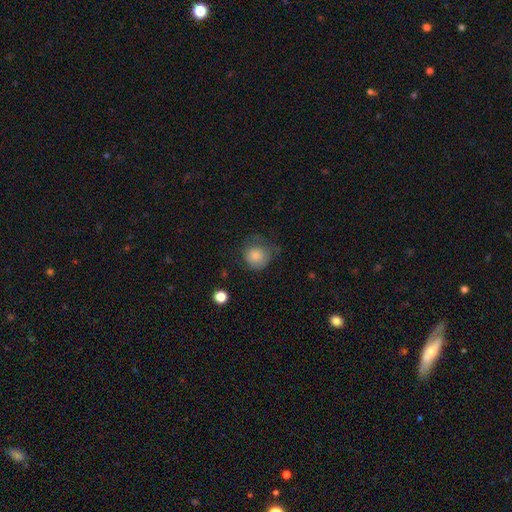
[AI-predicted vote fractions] Morphology: type=smooth (81%); roundness=round (85%); merging=none (50%).